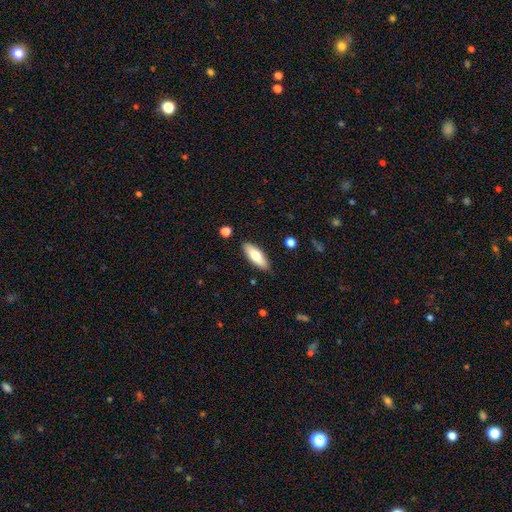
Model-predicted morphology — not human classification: smooth 69%, featured or disk 25%, star or artifact 6%. Down the decision tree: how rounded — in between (65%); merging — none (87%).